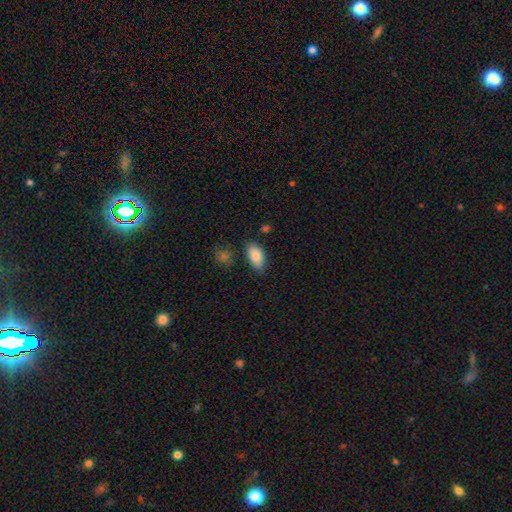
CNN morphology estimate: smooth-or-featured: smooth: 87% | star or artifact: 7% | featured or disk: 6%
  how-rounded: in between: 93% | round: 4% | cigar-shaped: 4%
  merging: none: 76% | minor disturbance: 17% | major disturbance: 4% | merger: 4%